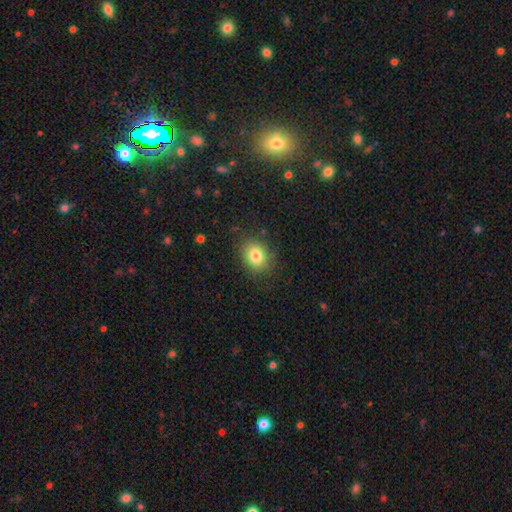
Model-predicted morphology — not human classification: Q: Smooth or featured?
A: smooth (81%); runner-up: star or artifact (10%)
Q: How rounded?
A: round (53%); runner-up: in between (46%)
Q: Merging?
A: none (84%); runner-up: minor disturbance (11%)